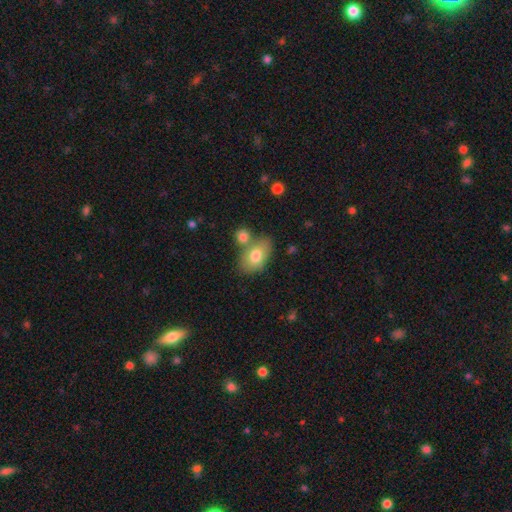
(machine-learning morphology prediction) Overall: smooth (77%). How rounded: in between (87%). Merging: none (51%; merger 29%).